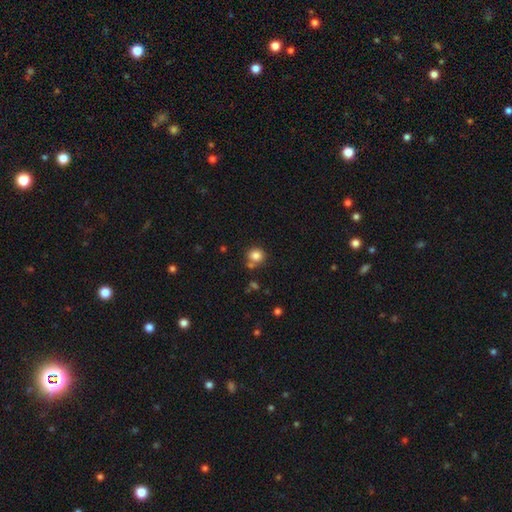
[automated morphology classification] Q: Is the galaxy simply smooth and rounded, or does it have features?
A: smooth — 83%.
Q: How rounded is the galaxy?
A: round — 86%.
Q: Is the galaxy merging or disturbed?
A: none — 67%.